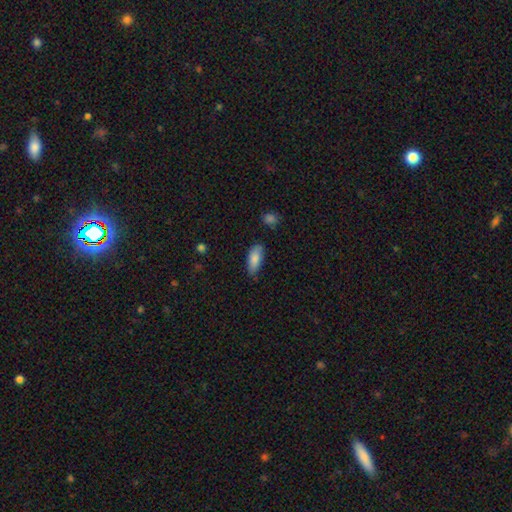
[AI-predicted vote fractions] This appears to be a smooth galaxy with no disk features (83%) that is in between round and cigar-shaped (79%). Merging: none (76%).